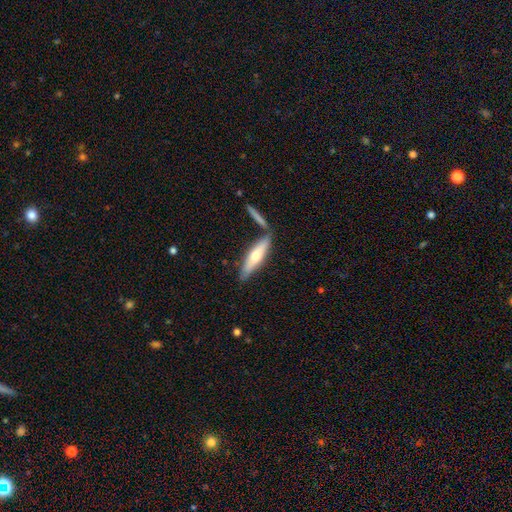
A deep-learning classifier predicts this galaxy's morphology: This is possibly a smooth galaxy (52%). How rounded: likely cigar-shaped (76%). Merging: likely none (71%).